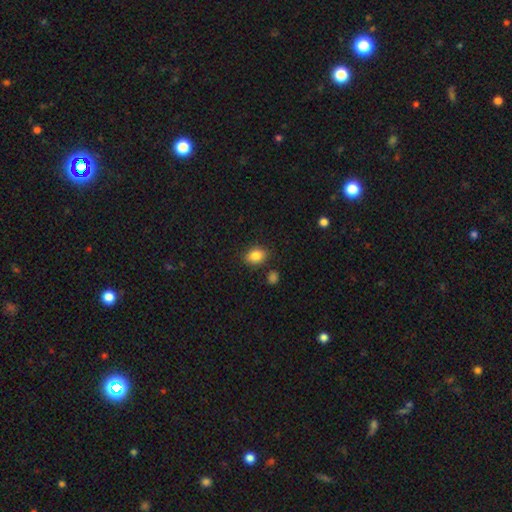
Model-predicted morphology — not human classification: smooth_or_featured: smooth (p=0.85) [alt: star or artifact p=0.09]
how_rounded: in between (p=0.63) [alt: round p=0.36]
merging: none (p=0.81) [alt: minor disturbance p=0.12]